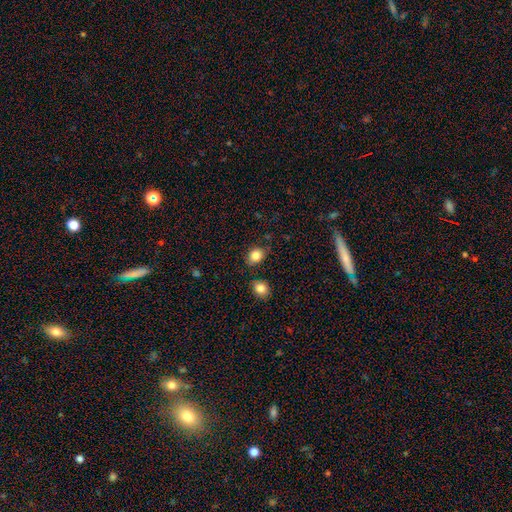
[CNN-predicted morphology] A smooth galaxy with no disk features (85%) that is in between round and cigar-shaped (51%). Merging: none (73%).